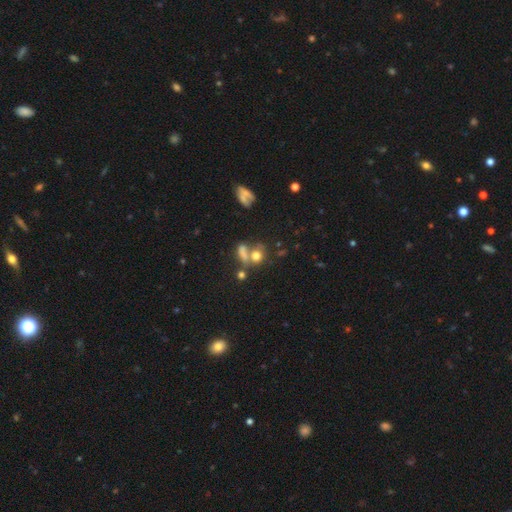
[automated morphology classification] This is likely a smooth galaxy (69%). How rounded: likely round (69%). Merging: marginally none (45%).